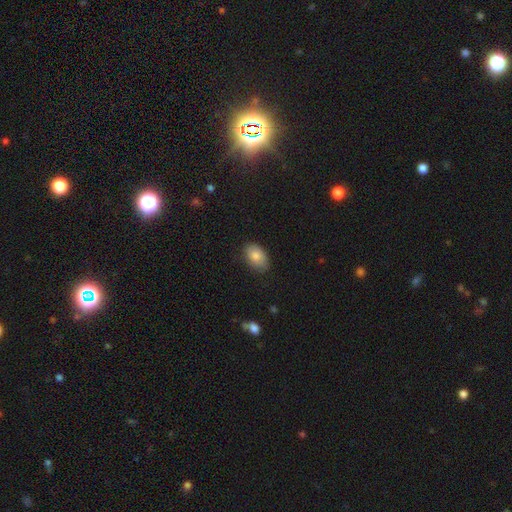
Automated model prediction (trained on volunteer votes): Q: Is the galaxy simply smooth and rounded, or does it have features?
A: smooth — 83%.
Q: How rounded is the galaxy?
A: in between — 88%.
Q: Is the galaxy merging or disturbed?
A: none — 81%.